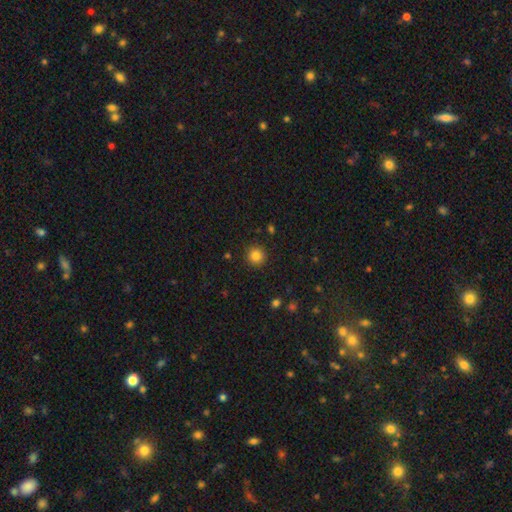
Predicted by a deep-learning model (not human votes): smooth_or_featured: smooth (p=0.84) [alt: star or artifact p=0.11]
how_rounded: round (p=0.94) [alt: in between p=0.05]
merging: none (p=0.91) [alt: minor disturbance p=0.06]